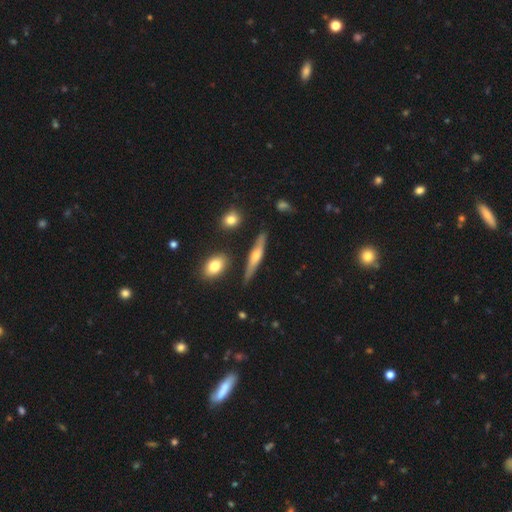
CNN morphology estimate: Overall: featured or disk (62%; smooth 30%). Edge-on disk: yes (94%). Edge-on bulge: rounded (85%). Merging: none (84%).